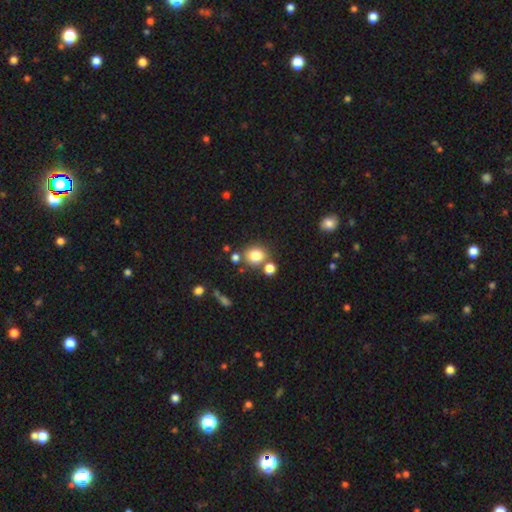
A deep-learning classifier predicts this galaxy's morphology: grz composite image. It shows a smooth galaxy with no disk features (81%) that is round (75%). Merging: none (68%).